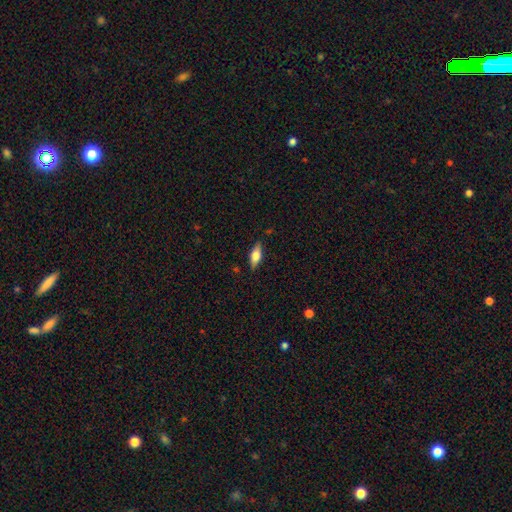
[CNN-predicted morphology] This is possibly a smooth galaxy (58%). How rounded: likely in between (72%). Merging: clearly none (86%).